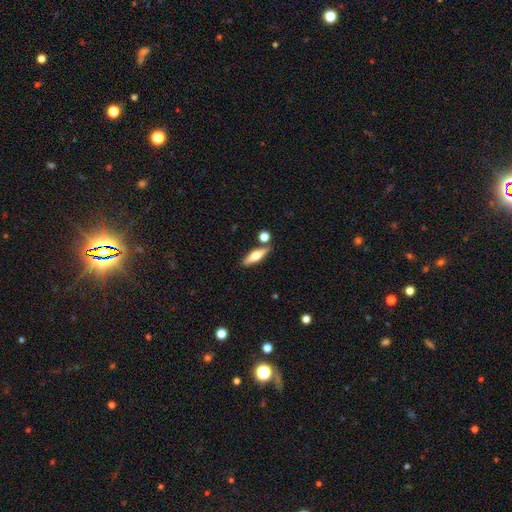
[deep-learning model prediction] This is possibly a smooth galaxy (50%). How rounded: possibly cigar-shaped (58%). Merging: likely none (79%).